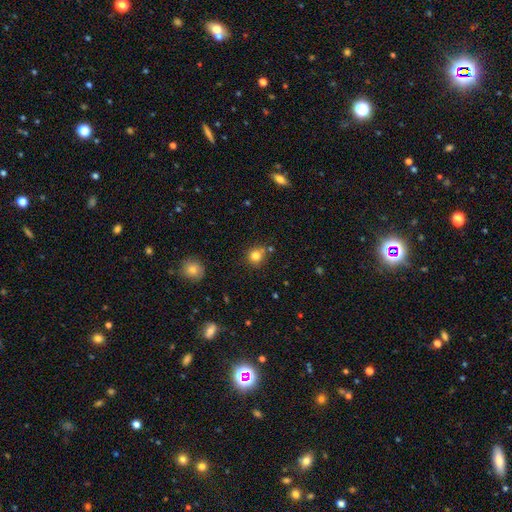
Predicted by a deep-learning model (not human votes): This is clearly a smooth galaxy (80%). How rounded: clearly round (86%). Merging: likely none (71%).